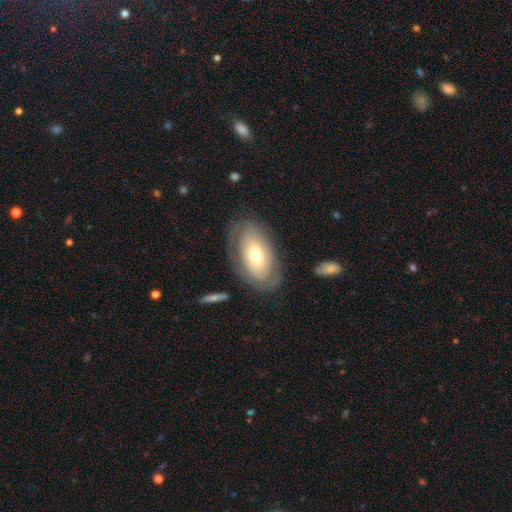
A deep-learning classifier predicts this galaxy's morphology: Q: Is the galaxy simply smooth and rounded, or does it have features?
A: featured or disk — 50%.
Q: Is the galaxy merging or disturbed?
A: none — 72%.